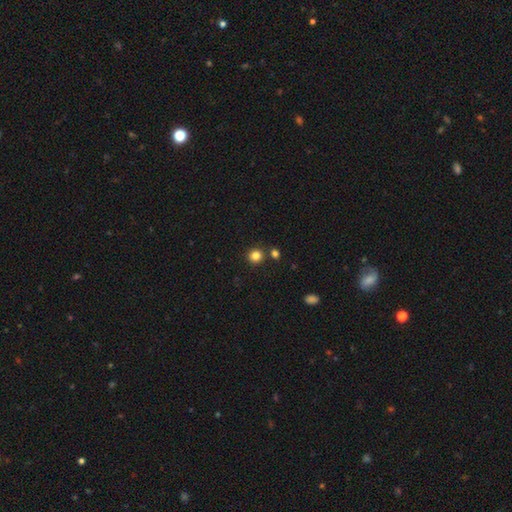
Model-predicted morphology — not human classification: A smooth galaxy with no disk features (83%) that is round (90%).

Vote fractions:
- Smooth or featured? smooth: 83% / star or artifact: 13% / featured or disk: 4%
- How rounded? round: 90% / in between: 9% / cigar-shaped: 1%
- Merging? none: 83% / merger: 8% / minor disturbance: 6% / major disturbance: 2%